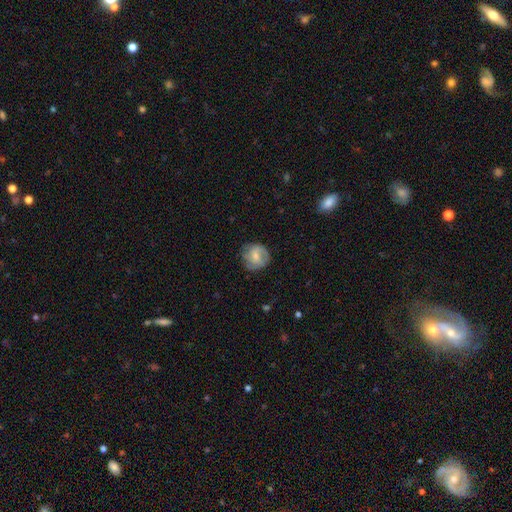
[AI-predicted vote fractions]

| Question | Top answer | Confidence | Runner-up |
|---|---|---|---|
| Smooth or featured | smooth | 55% | featured or disk (38%) |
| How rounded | round | 84% | in between (15%) |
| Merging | none | 73% | minor disturbance (19%) |